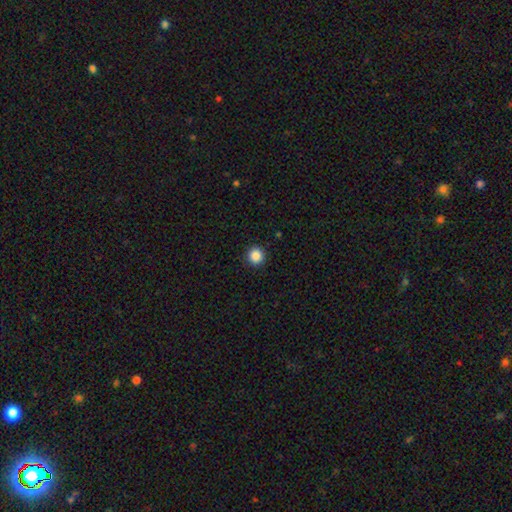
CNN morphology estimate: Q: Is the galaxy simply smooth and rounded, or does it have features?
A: smooth — 87%.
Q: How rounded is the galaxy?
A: round — 94%.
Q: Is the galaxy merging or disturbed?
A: none — 92%.